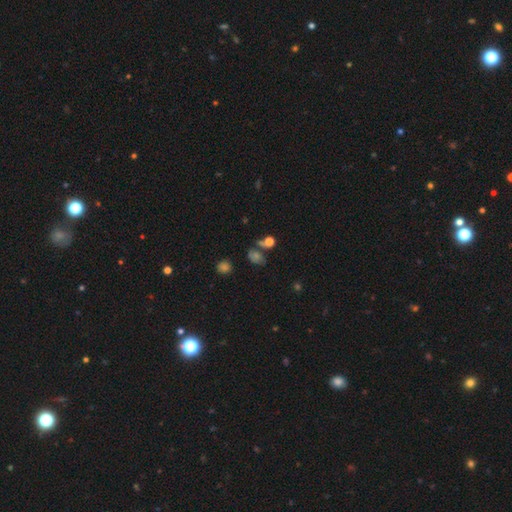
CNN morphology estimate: This is marginally a smooth galaxy (43%). Merging: likely none (60%).